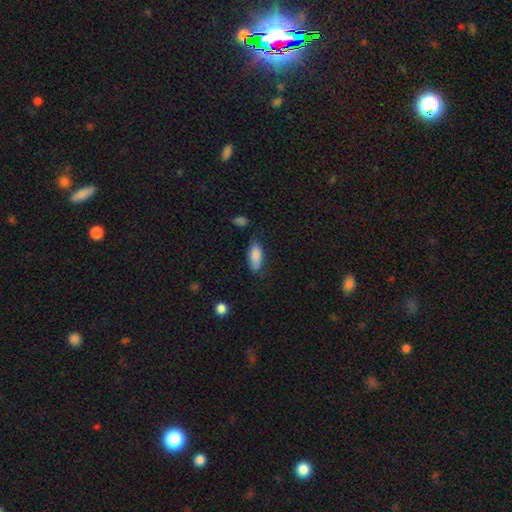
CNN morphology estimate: smooth 86%, featured or disk 7%, star or artifact 7%. Down the decision tree: how rounded — in between (85%); merging — none (68%).